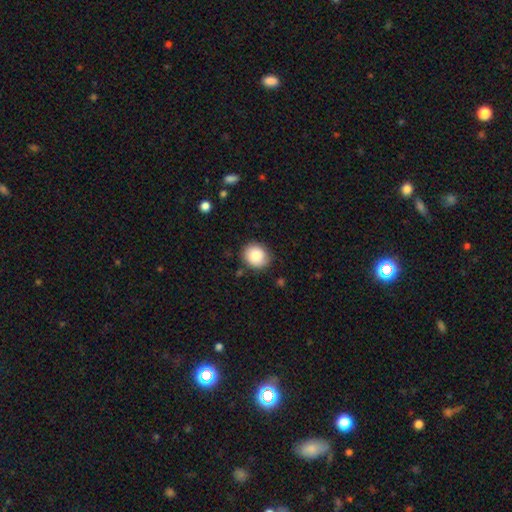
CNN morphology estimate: Q: Smooth or featured?
A: smooth (85%); runner-up: star or artifact (8%)
Q: How rounded?
A: round (76%); runner-up: in between (23%)
Q: Merging?
A: none (82%); runner-up: minor disturbance (14%)